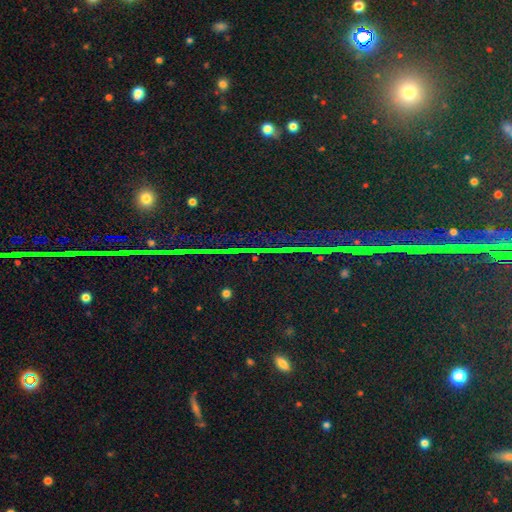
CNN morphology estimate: A star or artifact, not a galaxy (80%).